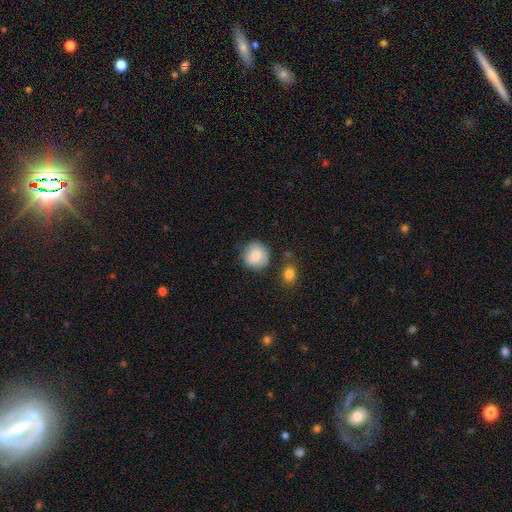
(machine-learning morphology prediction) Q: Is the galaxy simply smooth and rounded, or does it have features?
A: smooth — 81%.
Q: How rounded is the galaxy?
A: round — 92%.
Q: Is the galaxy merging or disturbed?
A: none — 78%.